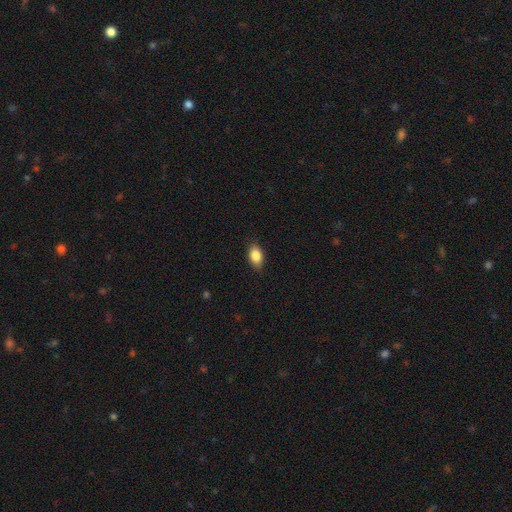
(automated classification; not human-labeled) smooth-or-featured: smooth: 87% | star or artifact: 7% | featured or disk: 6%
  how-rounded: in between: 89% | round: 9% | cigar-shaped: 3%
  merging: none: 86% | minor disturbance: 11% | major disturbance: 2% | merger: 1%